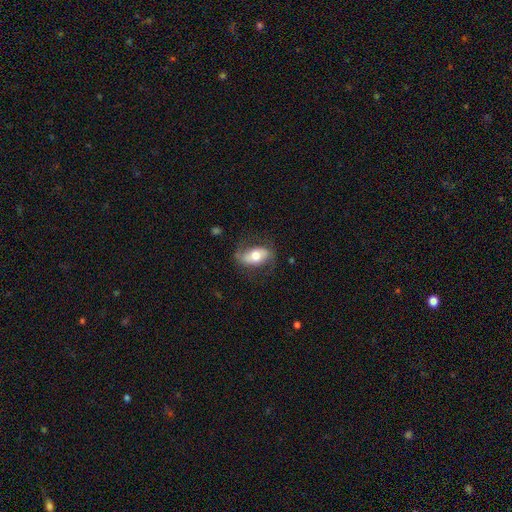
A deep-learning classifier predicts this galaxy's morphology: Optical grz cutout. It shows a smooth galaxy with no disk features (48%). Merging: none (66%).